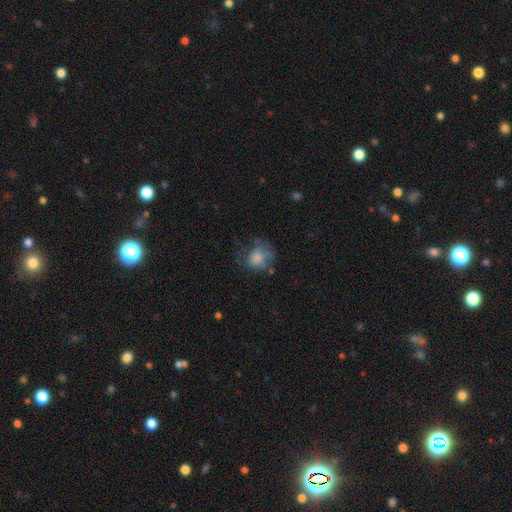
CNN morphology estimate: smooth_or_featured: smooth (p=0.54) [alt: featured or disk p=0.27]
how_rounded: round (p=0.69) [alt: in between p=0.30]
merging: none (p=0.54) [alt: minor disturbance p=0.23]